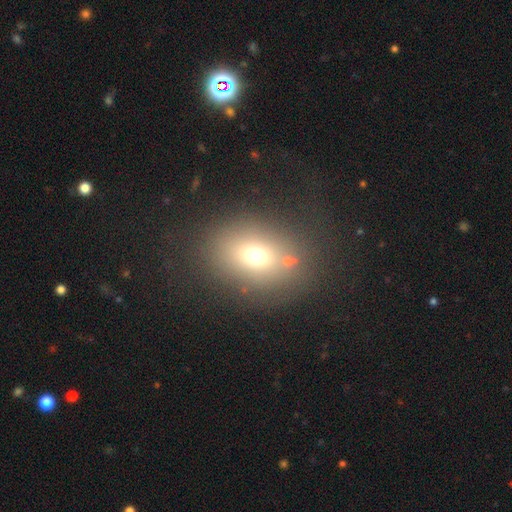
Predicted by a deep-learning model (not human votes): Smooth or featured? smooth (68%)
How rounded? in between (56%)
Merging? none (75%)